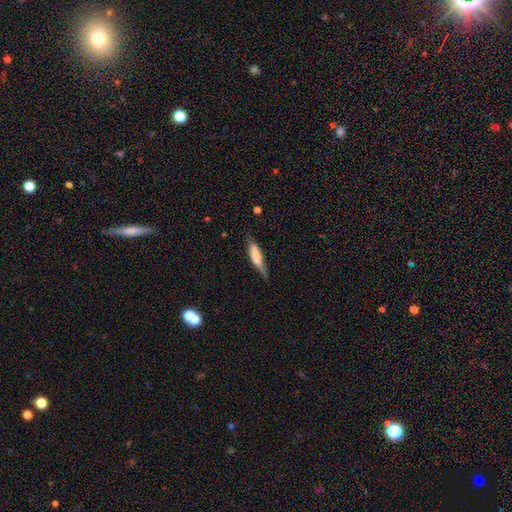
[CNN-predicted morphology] type=smooth (68%); roundness=cigar-shaped (75%); merging=none (59%).